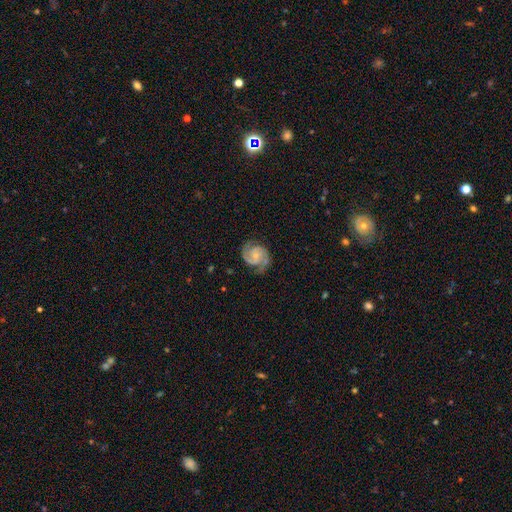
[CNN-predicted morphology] Smooth or featured? featured or disk (89%)
Edge-on disk? no (98%)
Bar? no (67%)
Spiral arms? yes (98%)
Spiral winding? tight (46%, tied with medium)
Spiral arm count? 2 (86%)
Bulge size? small (66%)
Merging? none (75%)